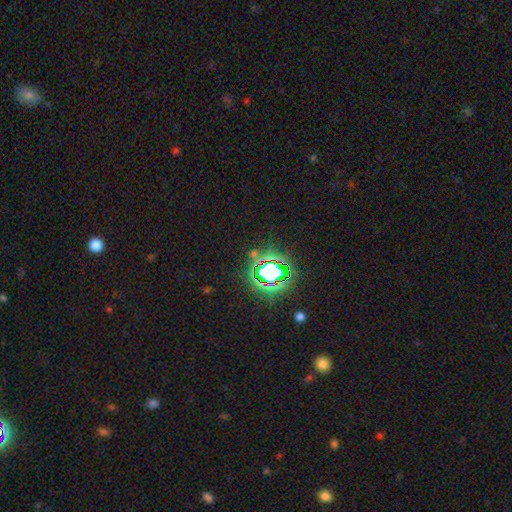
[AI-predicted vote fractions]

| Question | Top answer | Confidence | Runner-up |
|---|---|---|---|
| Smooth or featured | star or artifact | 78% | smooth (13%) |